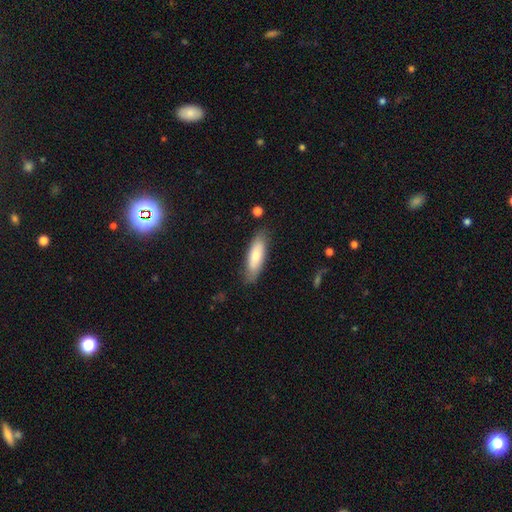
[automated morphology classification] The model was most divided on "how rounded": in between: 56%, cigar-shaped: 42%, round: 2%. More confident: merging — none (80%); smooth or featured — smooth (71%).